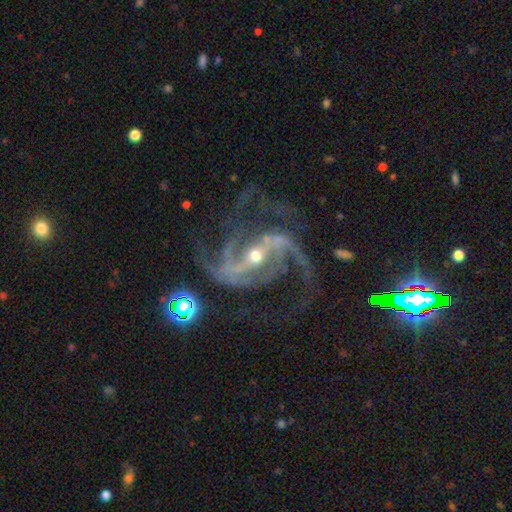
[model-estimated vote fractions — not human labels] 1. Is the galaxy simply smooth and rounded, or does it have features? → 92% featured or disk, 6% star or artifact, 3% smooth.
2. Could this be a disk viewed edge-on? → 98% no, 2% yes.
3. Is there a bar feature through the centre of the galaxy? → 53% strong, 30% weak, 17% no.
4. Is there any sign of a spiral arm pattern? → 97% yes, 3% no.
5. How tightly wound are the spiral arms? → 45% loose, 43% medium, 11% tight.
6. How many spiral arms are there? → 78% 2, 7% 3, 5% can't tell, 4% 1, 4% 4, 3% more than 4.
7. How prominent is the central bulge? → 51% small, 45% moderate, 2% large, 1% none, 1% dominant.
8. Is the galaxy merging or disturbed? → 59% none, 20% major disturbance, 17% minor disturbance, 4% merger.